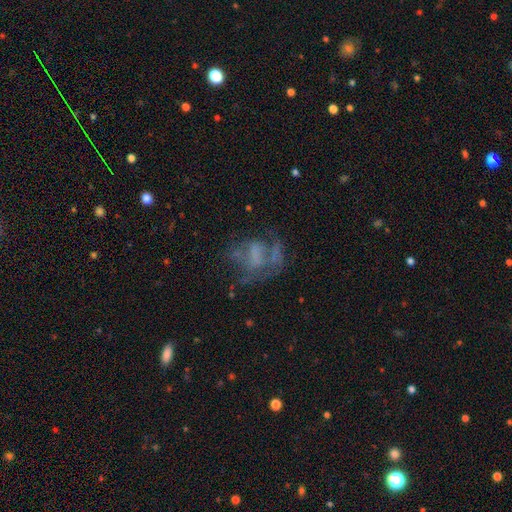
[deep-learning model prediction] This is possibly a featured or disk galaxy (55%). It is clearly not viewed edge-on (97%). Bar: likely no (72%). Spiral arm pattern: likely no (70%). Central bulge: likely none (67%). Merging: marginally major disturbance (40%).